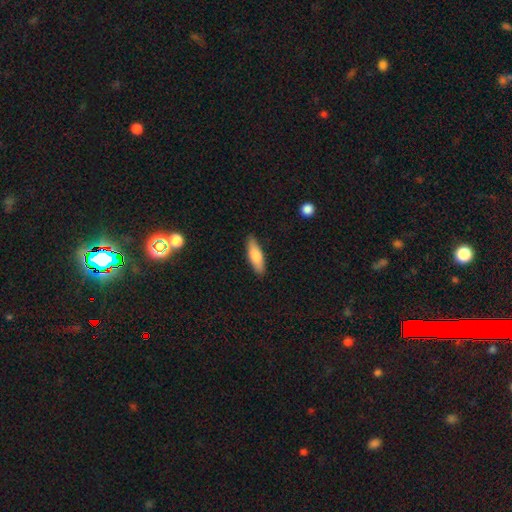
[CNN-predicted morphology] Smooth or featured: smooth — 80% (featured or disk — 14%)
How rounded: cigar-shaped — 50% (in between — 48%)
Merging: none — 88% (minor disturbance — 9%)